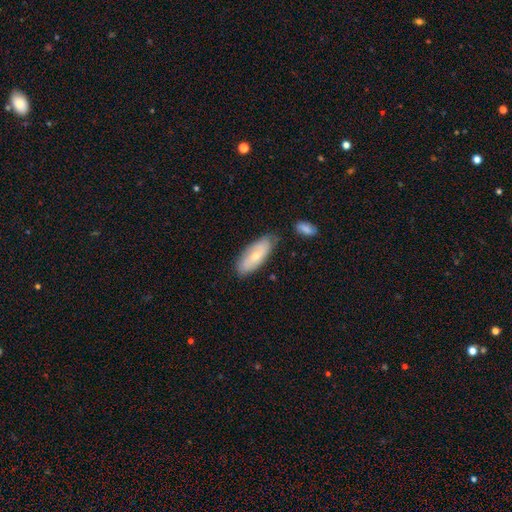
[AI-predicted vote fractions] smooth 56%, featured or disk 38%, star or artifact 6%. Down the decision tree: how rounded — in between (77%); merging — none (73%).